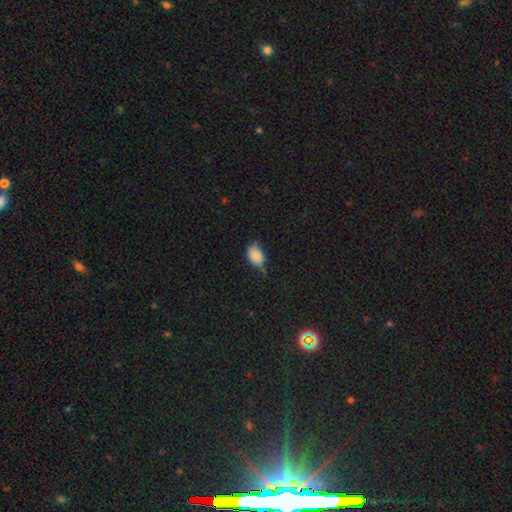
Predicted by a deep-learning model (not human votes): This appears to be a smooth galaxy with no disk features (82%) that is in between round and cigar-shaped (84%). Merging: minor disturbance (46%).